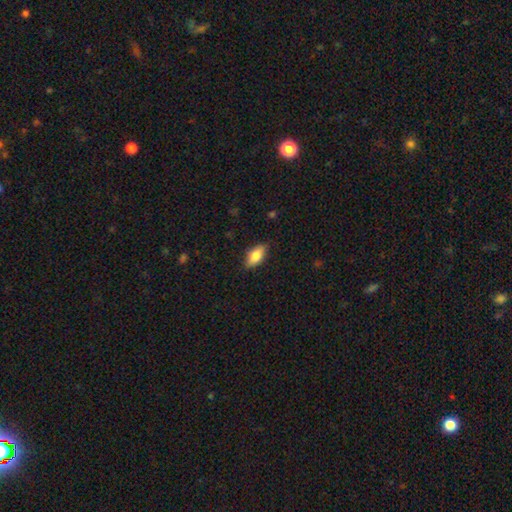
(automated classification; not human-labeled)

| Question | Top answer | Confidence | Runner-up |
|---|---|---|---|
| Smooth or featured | smooth | 77% | featured or disk (16%) |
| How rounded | in between | 84% | cigar-shaped (13%) |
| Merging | none | 83% | minor disturbance (13%) |